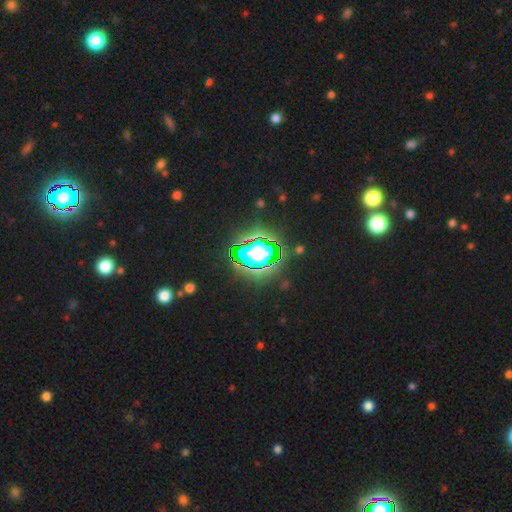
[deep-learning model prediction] Smooth or featured? Predicted: star or artifact (p=0.72).